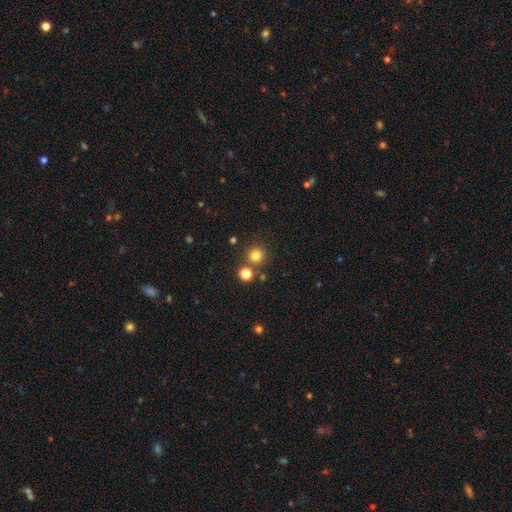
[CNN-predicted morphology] Overall: smooth (79%). How rounded: round (95%). Merging: none (81%).